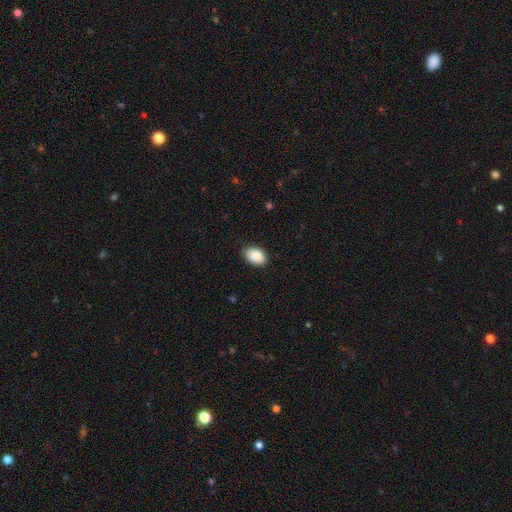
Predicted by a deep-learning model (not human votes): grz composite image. It shows a smooth galaxy with no disk features (90%) that is in between round and cigar-shaped (87%). Merging: none (84%).